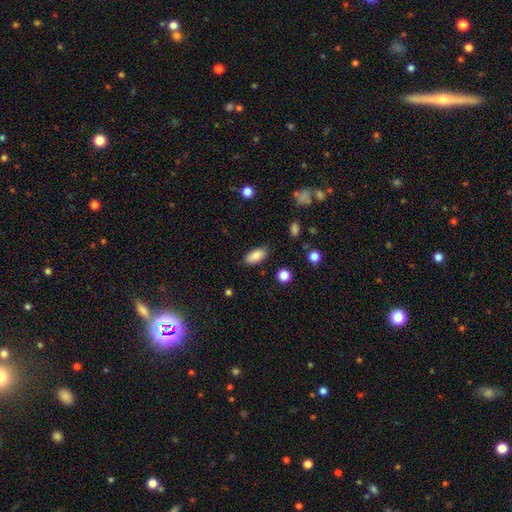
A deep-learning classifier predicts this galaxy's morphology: type=smooth (85%); roundness=in between (89%); merging=none (81%).